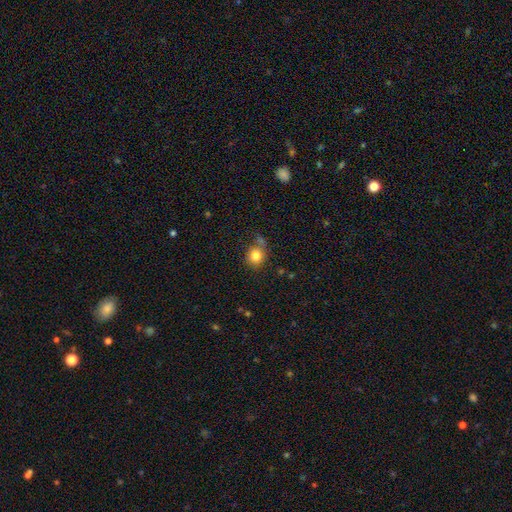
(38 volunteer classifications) Volunteers were most divided on "merging": none: 70%, minor disturbance: 16%, major disturbance: 8%, merger: 5%. More confident: smooth or featured — smooth (92%); how rounded — round (89%).